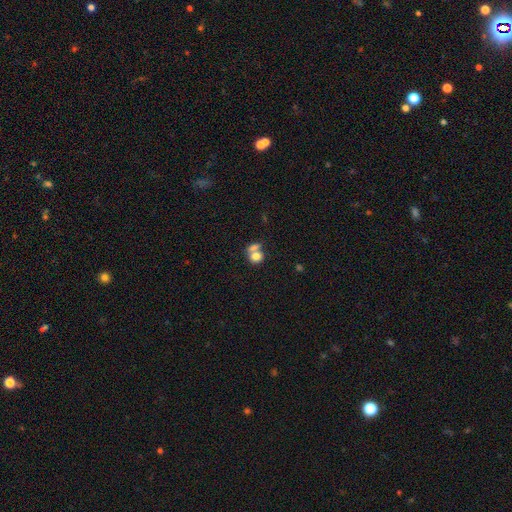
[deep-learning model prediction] Smooth or featured: smooth — 77% (featured or disk — 13%)
How rounded: round — 63% (in between — 35%)
Merging: merger — 54% (none — 32%)